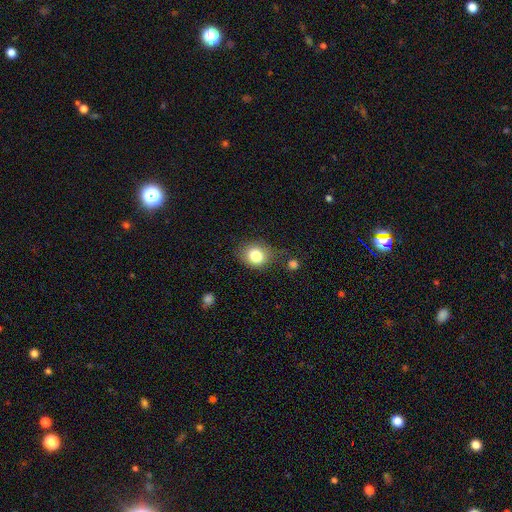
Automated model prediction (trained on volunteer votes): Q: Smooth or featured?
A: smooth (82%); runner-up: star or artifact (9%)
Q: How rounded?
A: round (57%); runner-up: in between (42%)
Q: Merging?
A: none (70%); runner-up: minor disturbance (19%)